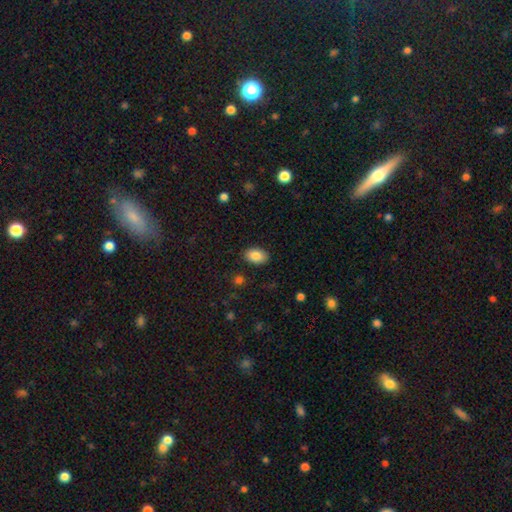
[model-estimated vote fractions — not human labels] The model was most divided on "how rounded": in between: 88%, round: 11%, cigar-shaped: 1%. More confident: merging — none (88%); smooth or featured — smooth (85%).